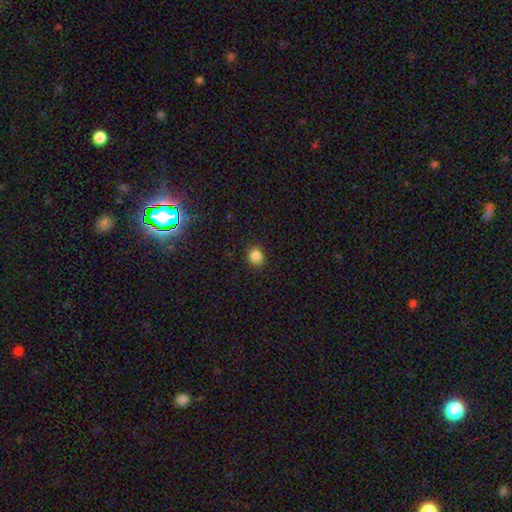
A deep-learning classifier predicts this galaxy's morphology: Overall: smooth (85%). How rounded: round (81%). Merging: none (90%).